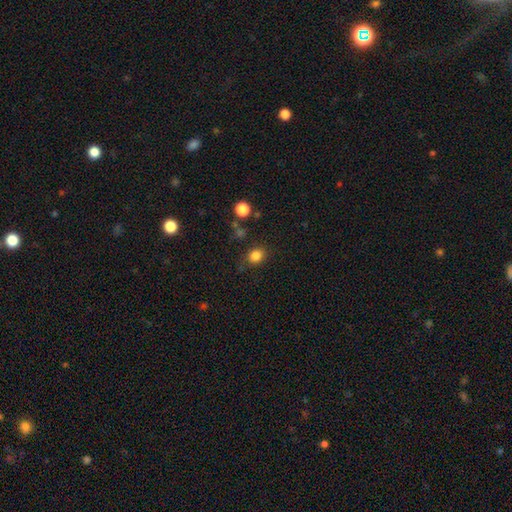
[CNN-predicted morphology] The model was most divided on "how rounded": round: 65%, in between: 34%, cigar-shaped: 1%. More confident: smooth or featured — smooth (83%); merging — none (81%).